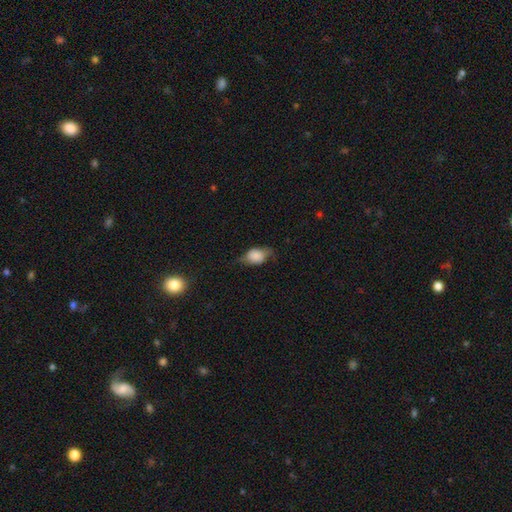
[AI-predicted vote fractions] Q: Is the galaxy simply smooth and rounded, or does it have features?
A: smooth — 64%.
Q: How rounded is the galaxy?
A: in between — 71%.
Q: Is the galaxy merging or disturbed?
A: none — 56%.